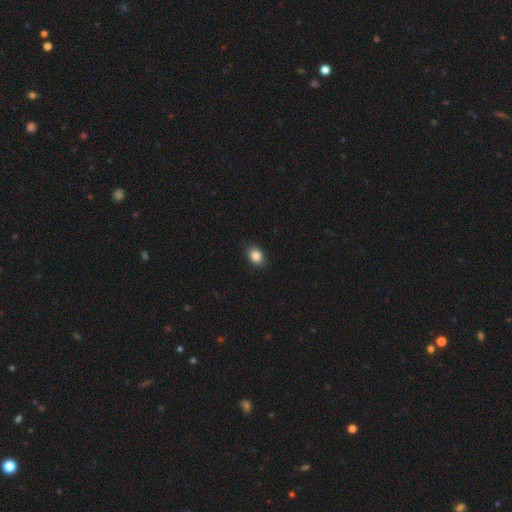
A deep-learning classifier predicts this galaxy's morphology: The model was most divided on "how rounded": in between: 62%, round: 36%, cigar-shaped: 1%. More confident: smooth or featured — smooth (86%); merging — none (84%).